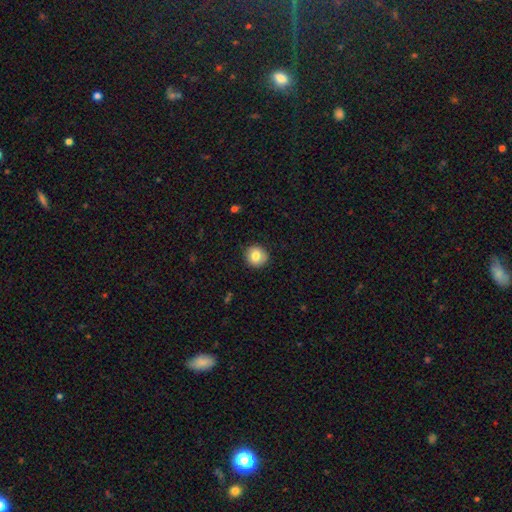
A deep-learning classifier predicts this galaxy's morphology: type=smooth (82%); roundness=round (90%); merging=none (88%).